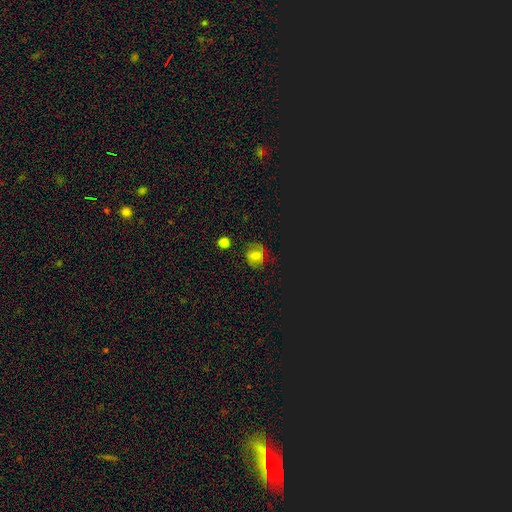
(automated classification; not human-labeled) Smooth or featured? Predicted: smooth (p=0.46). Merging? Predicted: none (p=0.73).